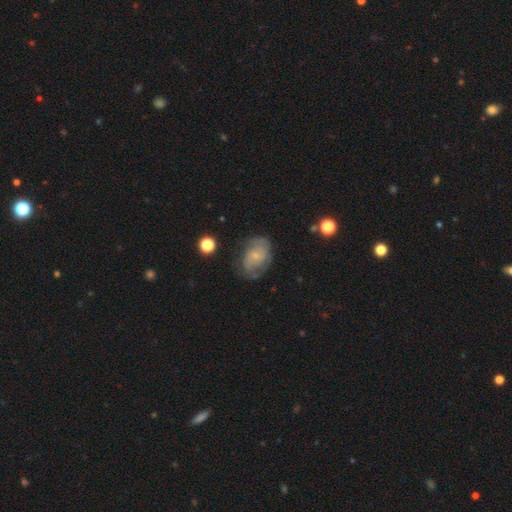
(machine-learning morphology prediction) Overall: featured or disk (55%; smooth 37%). Edge-on disk: no (97%). Bar: no (73%). Spiral arms: yes (76%). Bulge size: small (72%). Merging: none (60%; minor disturbance 25%).